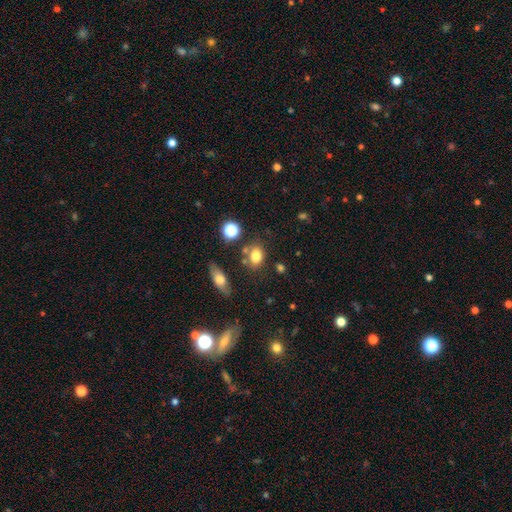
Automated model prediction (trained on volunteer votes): Smooth or featured?
  - smooth: 78% *
  - star or artifact: 12%
  - featured or disk: 10%
How rounded?
  - in between: 67% *
  - round: 31%
  - cigar-shaped: 2%
Merging?
  - none: 68% *
  - minor disturbance: 15%
  - merger: 12%
  - major disturbance: 5%